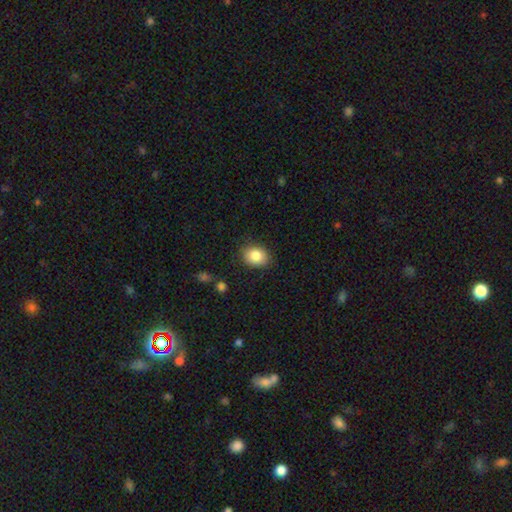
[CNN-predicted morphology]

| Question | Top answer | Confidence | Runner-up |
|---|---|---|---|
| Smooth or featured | smooth | 85% | star or artifact (8%) |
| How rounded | in between | 58% | round (41%) |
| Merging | none | 83% | minor disturbance (13%) |